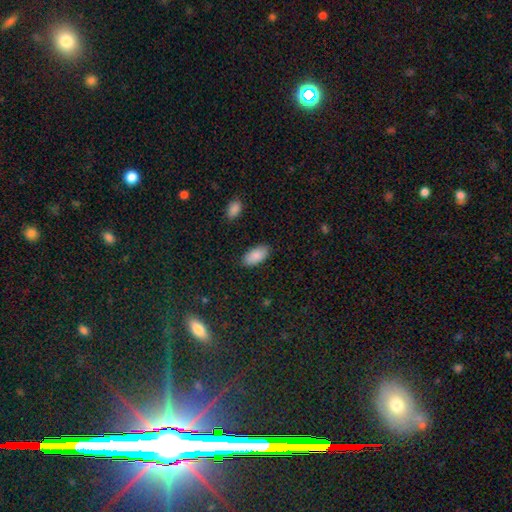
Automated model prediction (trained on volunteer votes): The model was most divided on "merging": none: 87%, minor disturbance: 10%, major disturbance: 2%, merger: 1%. More confident: how rounded — in between (94%); smooth or featured — smooth (88%).